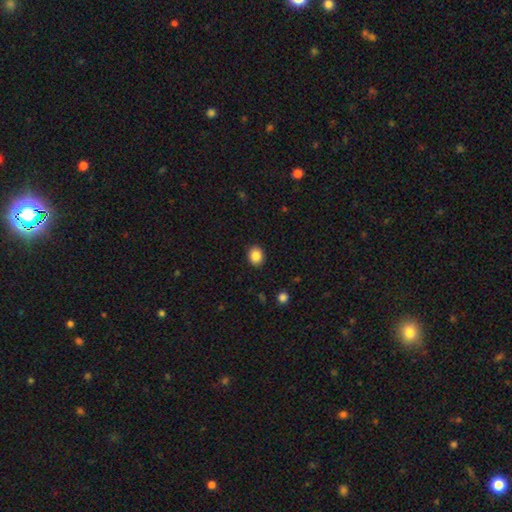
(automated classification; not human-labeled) Smooth or featured? Predicted: smooth (p=0.87). How rounded? Predicted: round (p=0.57). Merging? Predicted: none (p=0.90).